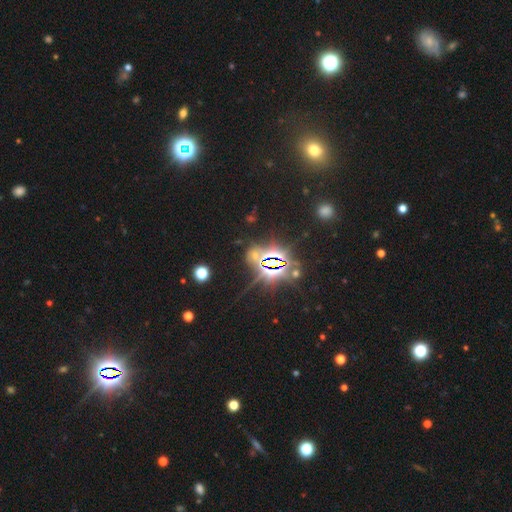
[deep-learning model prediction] Smooth or featured?
  - star or artifact: 78% *
  - smooth: 13%
  - featured or disk: 9%